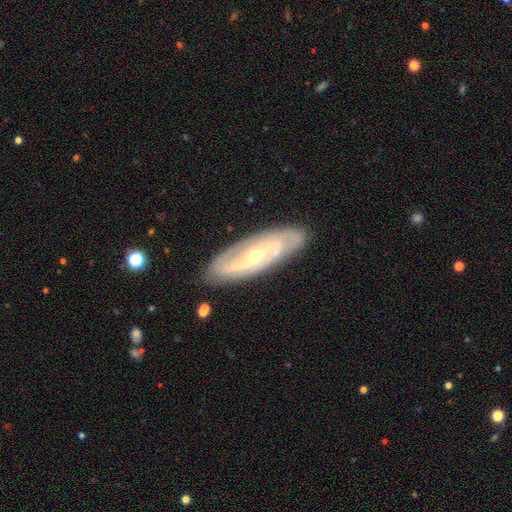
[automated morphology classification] Smooth or featured: featured or disk — 83% (smooth — 12%)
Edge-on disk: no — 85% (yes — 15%)
Bar: no — 41% (weak — 34%)
Spiral arms: yes — 90% (no — 10%)
Spiral winding: tight — 47% (medium — 36%)
Spiral arm count: 2 — 56% (can't tell — 25%)
Bulge size: small — 60% (moderate — 37%)
Merging: none — 84% (minor disturbance — 12%)